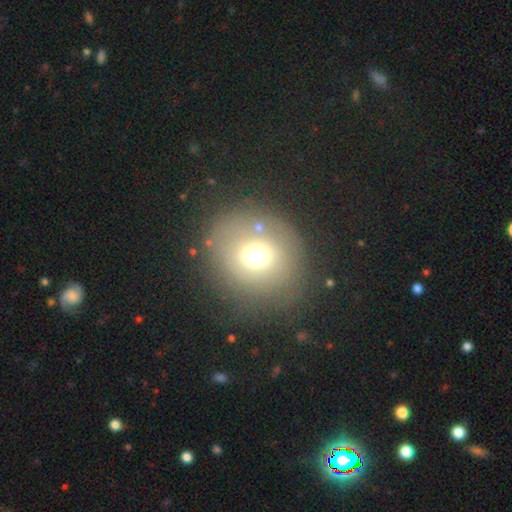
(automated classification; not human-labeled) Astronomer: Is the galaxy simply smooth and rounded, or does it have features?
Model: smooth — 66%.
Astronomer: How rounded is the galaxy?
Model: round — 84%.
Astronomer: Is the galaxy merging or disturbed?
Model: none — 75%.